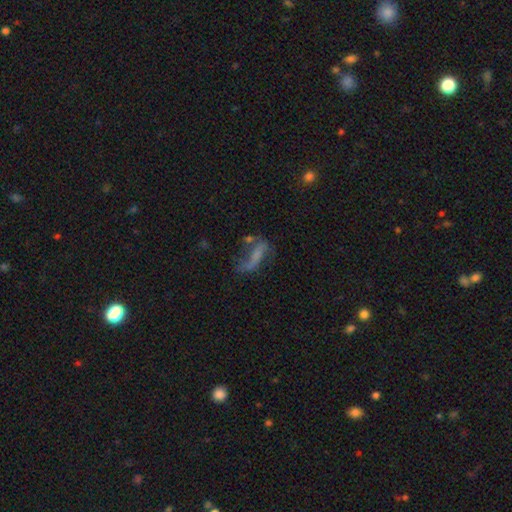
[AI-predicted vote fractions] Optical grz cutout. It shows a featured or disk galaxy (51%). Merging: none (37%).